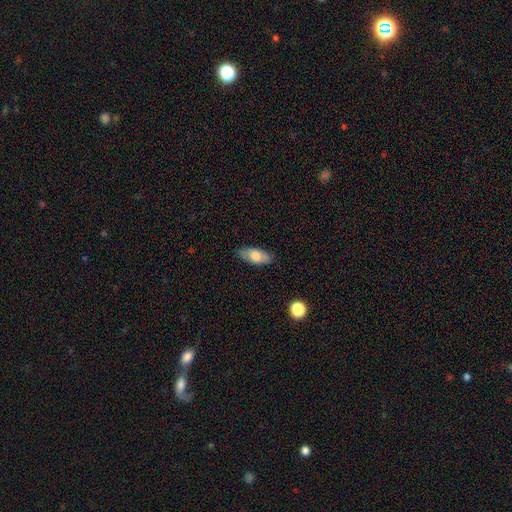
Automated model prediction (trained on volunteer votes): Morphology: type=smooth (72%); roundness=in between (85%); merging=none (82%).